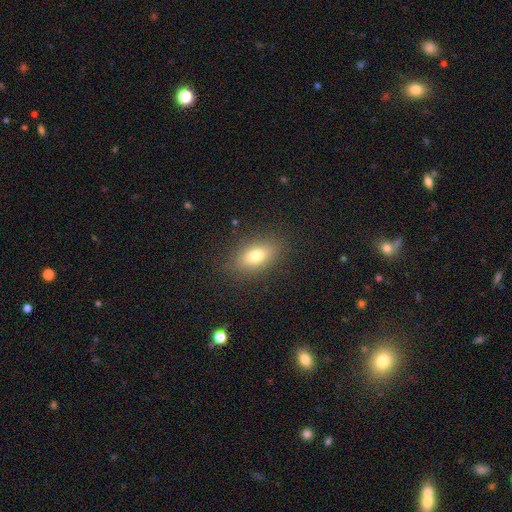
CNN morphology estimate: A smooth galaxy with no disk features (75%) that is in between round and cigar-shaped (83%).

Vote fractions:
- Smooth or featured? smooth: 75% / featured or disk: 14% / star or artifact: 11%
- How rounded? in between: 83% / round: 11% / cigar-shaped: 7%
- Merging? none: 85% / minor disturbance: 10% / major disturbance: 4% / merger: 1%